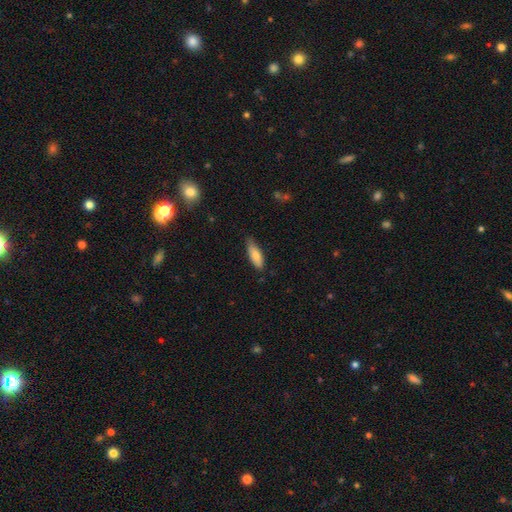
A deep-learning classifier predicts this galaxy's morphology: Overall: smooth (77%). How rounded: in between (58%; cigar-shaped 40%). Merging: none (74%).